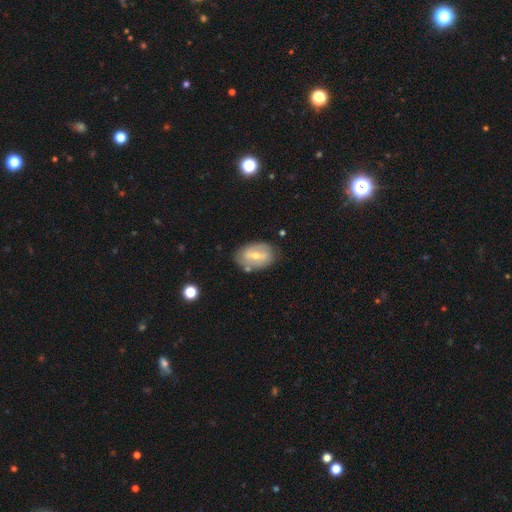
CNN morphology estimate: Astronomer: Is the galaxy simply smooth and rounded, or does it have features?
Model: featured or disk — 61%.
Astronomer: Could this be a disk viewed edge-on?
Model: no — 94%.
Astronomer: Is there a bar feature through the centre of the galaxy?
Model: weak — 47% (runner-up: strong, 31%).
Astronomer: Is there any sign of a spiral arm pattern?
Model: yes — 58% (runner-up: no, 42%).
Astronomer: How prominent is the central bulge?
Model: moderate — 51% (runner-up: small, 45%).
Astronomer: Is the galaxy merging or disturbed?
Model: none — 74%.